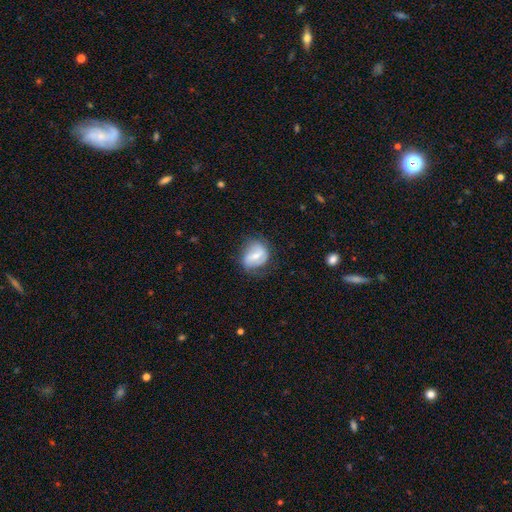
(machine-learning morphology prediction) The model was most divided on "bulge size": small: 47%, moderate: 45%, none: 5%, large: 3%, dominant: 1%. Remaining: edge-on disk — no (96%); spiral arms — yes (79%); merging — none (63%); smooth or featured — featured or disk (62%); bar — weak (44%).